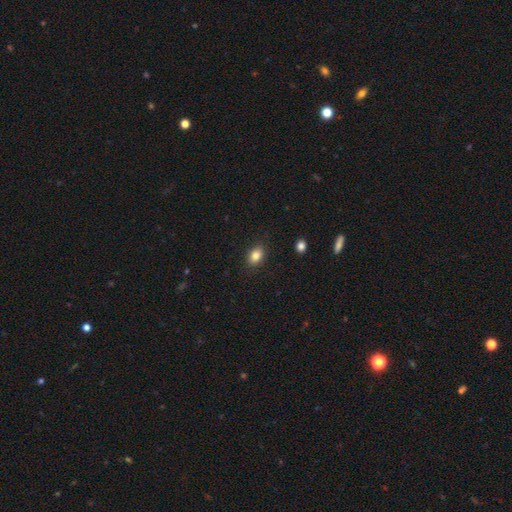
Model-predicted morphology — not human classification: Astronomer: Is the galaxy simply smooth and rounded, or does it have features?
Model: smooth — 84%.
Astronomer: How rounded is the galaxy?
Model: in between — 79%.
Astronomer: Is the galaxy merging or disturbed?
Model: none — 87%.